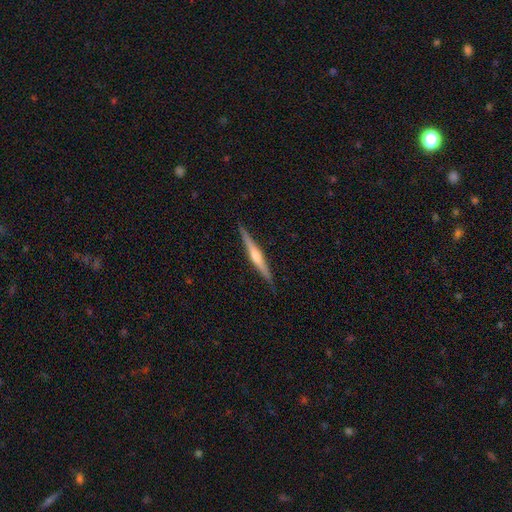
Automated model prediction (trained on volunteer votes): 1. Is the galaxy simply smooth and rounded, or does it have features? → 74% featured or disk, 21% smooth, 5% star or artifact.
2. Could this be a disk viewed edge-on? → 98% yes, 2% no.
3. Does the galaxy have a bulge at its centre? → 79% rounded, 12% none, 9% boxy.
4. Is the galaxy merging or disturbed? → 91% none, 7% minor disturbance, 1% major disturbance, 1% merger.